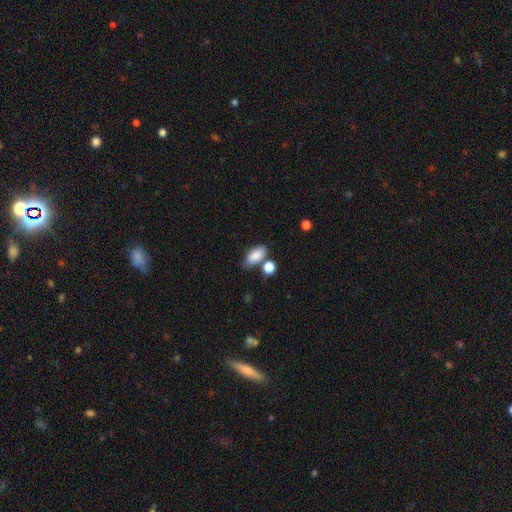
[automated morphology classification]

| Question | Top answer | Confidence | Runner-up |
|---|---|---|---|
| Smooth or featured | smooth | 86% | star or artifact (7%) |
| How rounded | in between | 89% | cigar-shaped (6%) |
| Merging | none | 63% | minor disturbance (16%) |